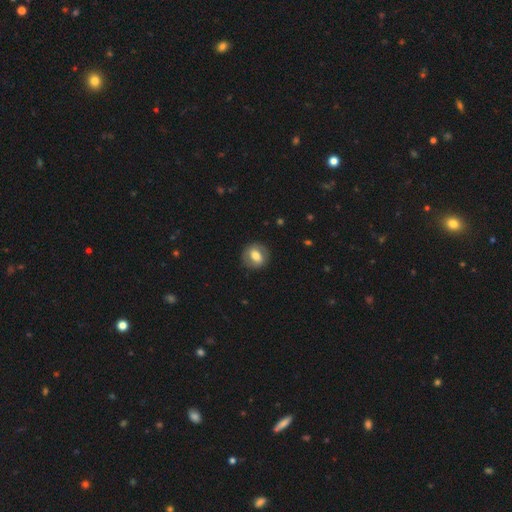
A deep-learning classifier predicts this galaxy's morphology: Smooth or featured? Predicted: smooth (p=0.57). How rounded? Predicted: round (p=0.64). Merging? Predicted: none (p=0.83).